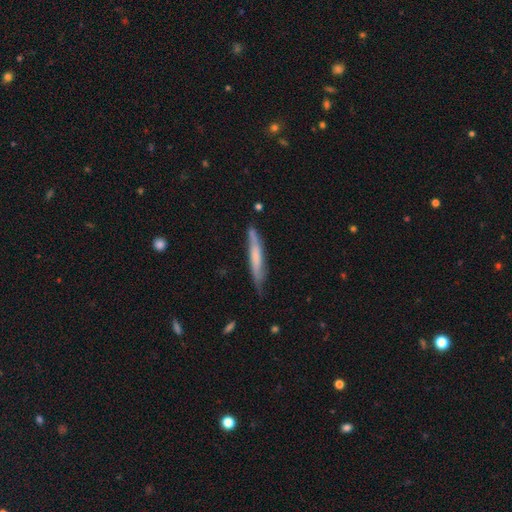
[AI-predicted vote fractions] Smooth or featured? smooth (51%)
How rounded? cigar-shaped (93%)
Merging? none (69%)